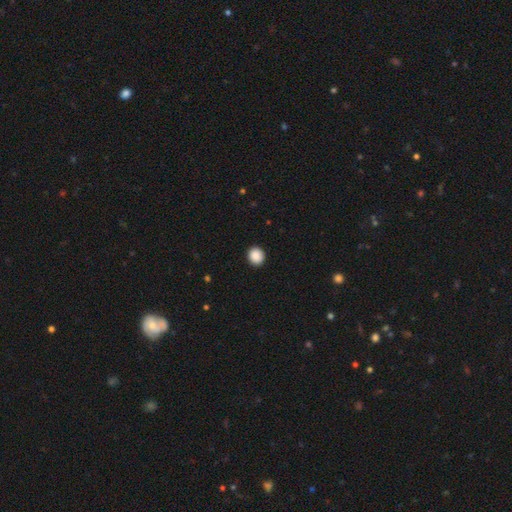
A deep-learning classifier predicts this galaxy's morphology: smooth_or_featured: smooth (p=0.89) [alt: star or artifact p=0.09]
how_rounded: round (p=0.84) [alt: in between p=0.15]
merging: none (p=0.92) [alt: minor disturbance p=0.05]